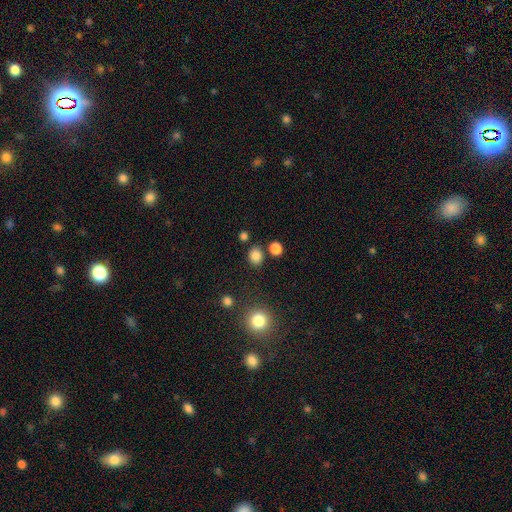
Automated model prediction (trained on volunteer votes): smooth_or_featured: smooth (p=0.83) [alt: star or artifact p=0.13]
how_rounded: round (p=0.64) [alt: in between p=0.35]
merging: none (p=0.81) [alt: minor disturbance p=0.09]